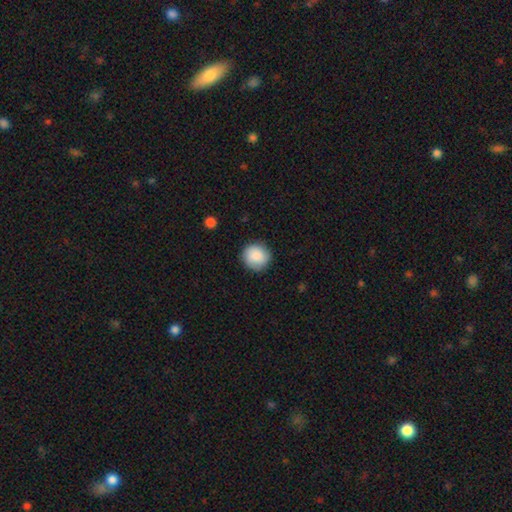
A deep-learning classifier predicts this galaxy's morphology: smooth 89%, star or artifact 7%, featured or disk 4%. Down the decision tree: how rounded — round (92%); merging — none (87%).